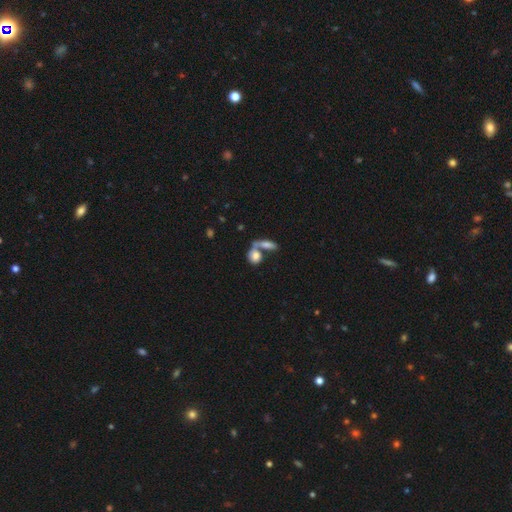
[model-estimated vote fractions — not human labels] Smooth or featured: smooth — 75% (featured or disk — 16%)
How rounded: in between — 47% (round — 46%)
Merging: merger — 51% (none — 35%)